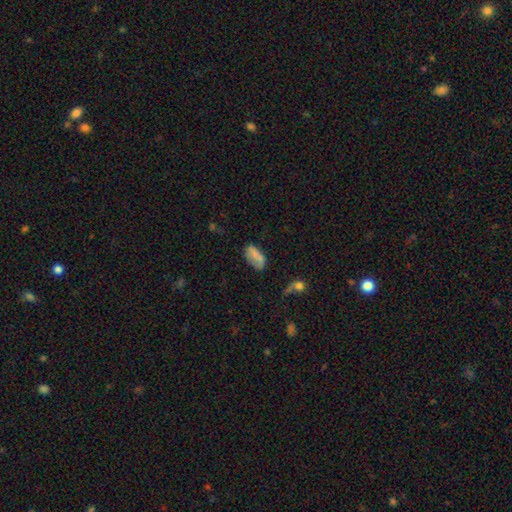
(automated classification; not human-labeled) Smooth or featured? Predicted: smooth (p=0.73). How rounded? Predicted: in between (p=0.92). Merging? Predicted: none (p=0.56).